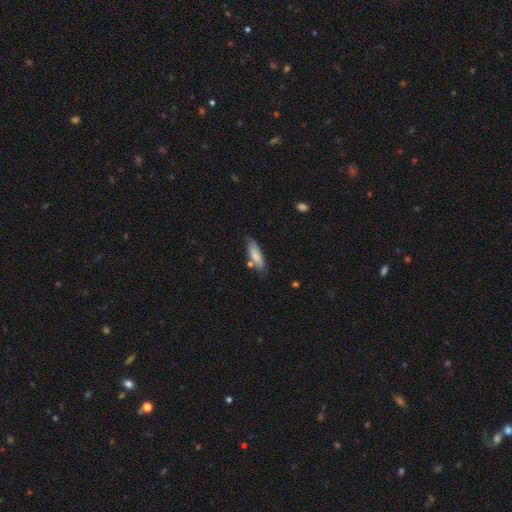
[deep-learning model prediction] smooth 78%, featured or disk 16%, star or artifact 6%. Down the decision tree: how rounded — cigar-shaped (53%); merging — none (67%).